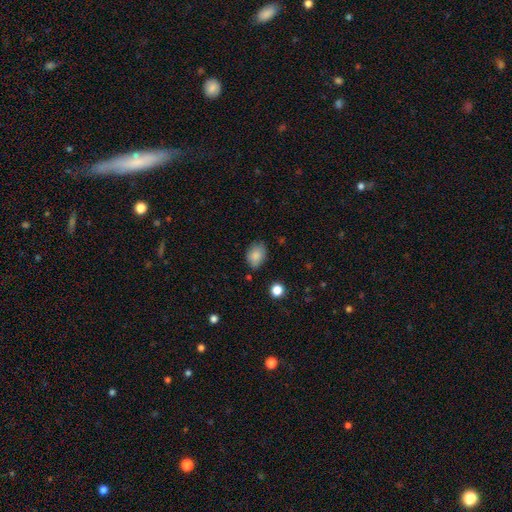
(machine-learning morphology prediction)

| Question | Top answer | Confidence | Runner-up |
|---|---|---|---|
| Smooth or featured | smooth | 85% | star or artifact (9%) |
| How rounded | in between | 72% | round (27%) |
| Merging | none | 73% | minor disturbance (21%) |